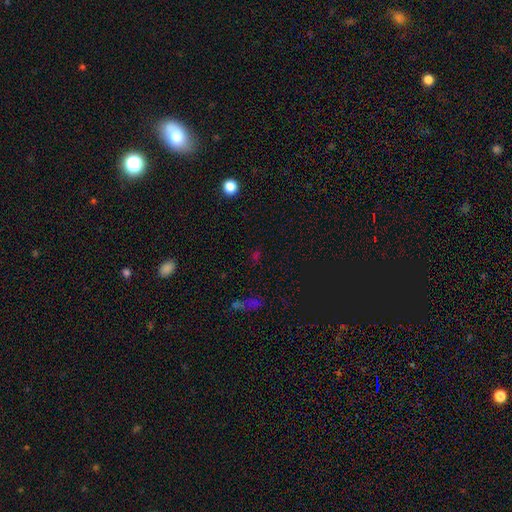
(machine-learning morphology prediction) Smooth or featured? star or artifact (59%)